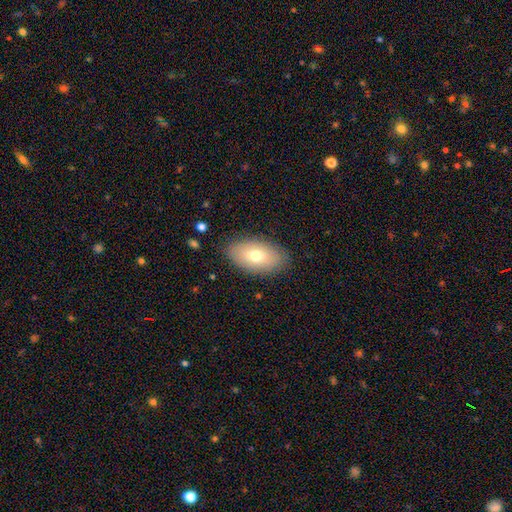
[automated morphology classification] The model was most divided on "smooth or featured": smooth: 70%, featured or disk: 22%, star or artifact: 8%. More confident: how rounded — in between (93%); merging — none (86%).